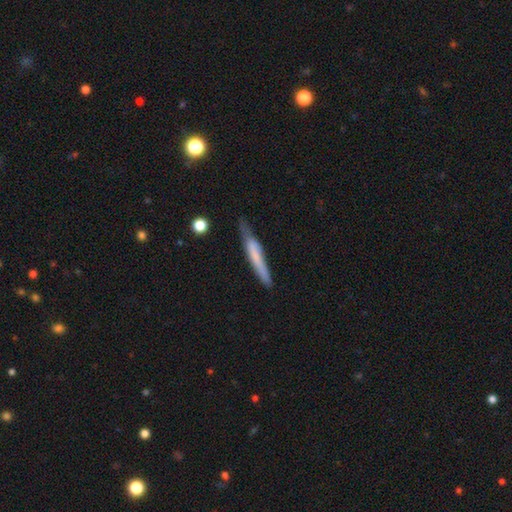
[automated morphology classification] Overall: smooth (59%; featured or disk 34%). How rounded: cigar-shaped (94%). Merging: none (66%).